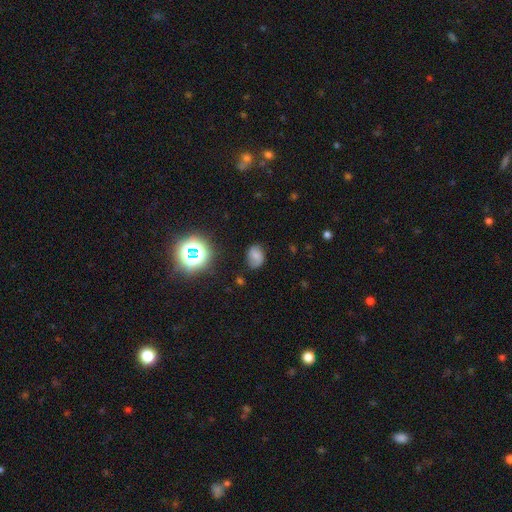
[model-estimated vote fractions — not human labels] Morphology: type=smooth (56%); roundness=in between (66%); merging=none (71%).